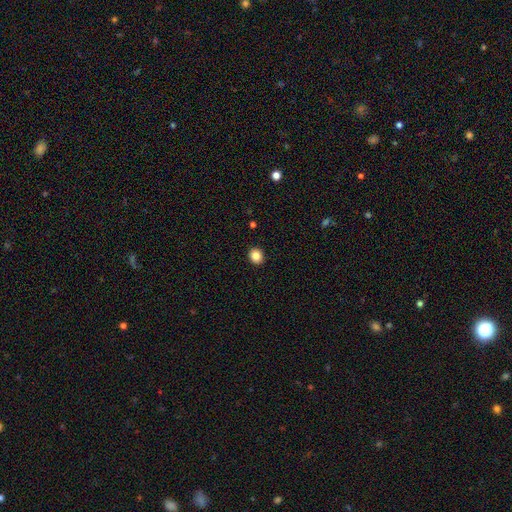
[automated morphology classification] Smooth or featured: smooth — 84% (star or artifact — 10%)
How rounded: round — 73% (in between — 26%)
Merging: none — 93% (minor disturbance — 5%)